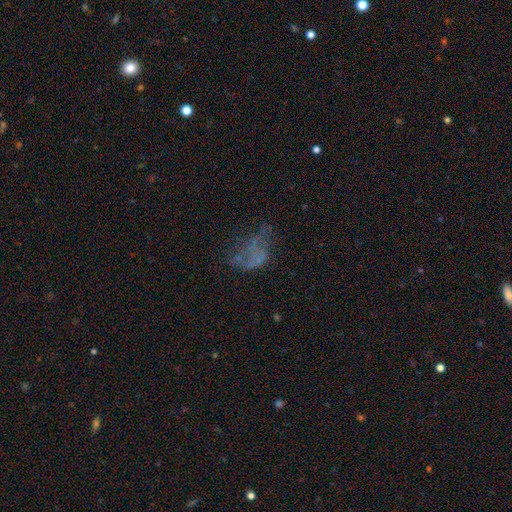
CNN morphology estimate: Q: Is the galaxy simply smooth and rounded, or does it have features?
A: featured or disk — 44%.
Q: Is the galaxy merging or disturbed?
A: major disturbance — 40%.